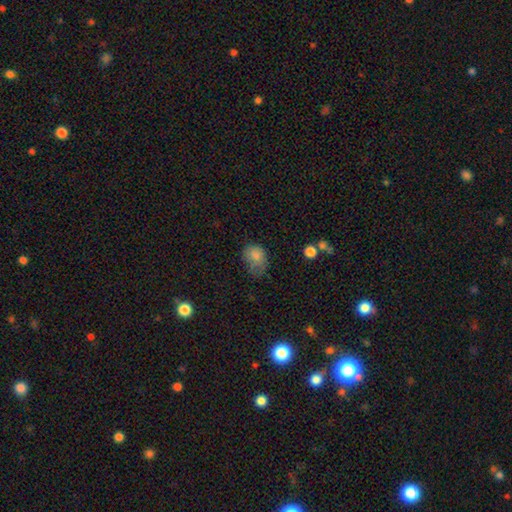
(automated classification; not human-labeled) smooth 79%, star or artifact 11%, featured or disk 10%. Down the decision tree: how rounded — in between (57%); merging — none (37%).